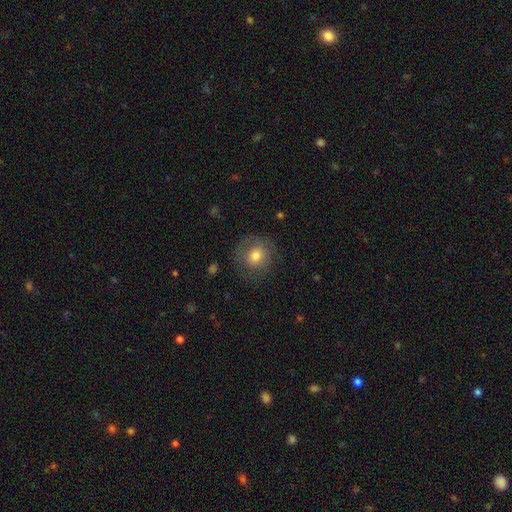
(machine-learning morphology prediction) This is likely a smooth galaxy (69%). How rounded: clearly round (89%). Merging: likely none (75%).